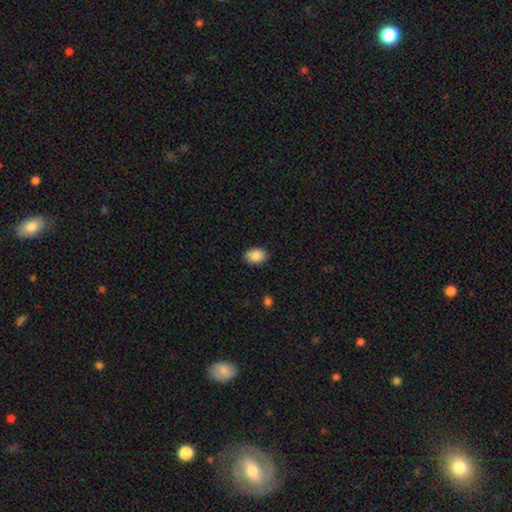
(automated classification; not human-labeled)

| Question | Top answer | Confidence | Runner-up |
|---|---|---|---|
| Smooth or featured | smooth | 88% | star or artifact (7%) |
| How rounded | in between | 82% | round (17%) |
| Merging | none | 89% | minor disturbance (8%) |